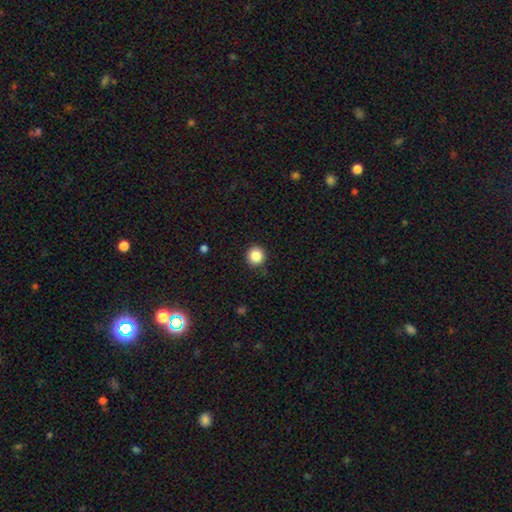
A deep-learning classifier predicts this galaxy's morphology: Overall: smooth (86%). How rounded: round (94%). Merging: none (90%).